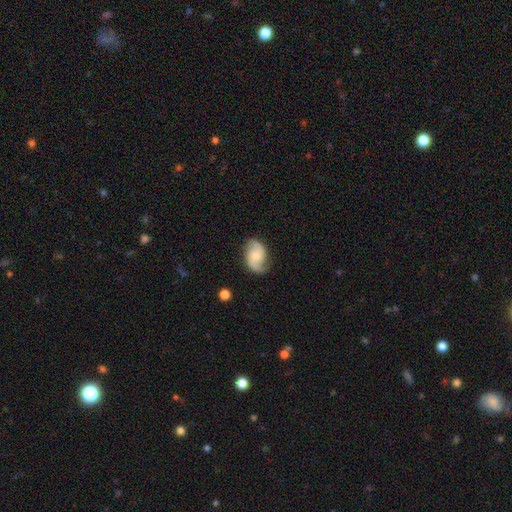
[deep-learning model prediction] smooth-or-featured: featured or disk: 79% | smooth: 16% | star or artifact: 6%
  disk-edge-on: no: 98% | yes: 2%
    bar: no: 62% | weak: 32% | strong: 6%
    has-spiral-arms: yes: 96% | no: 4%
      spiral-winding: medium: 43% | loose: 41% | tight: 16%
      spiral-arm-count: 2: 90% | 1: 4% | can't tell: 3% | 3: 1% | 4: 1% | more than 4: 1%
    bulge-size: small: 50% | moderate: 39% | none: 6% | large: 3% | dominant: 1%
  merging: none: 77% | minor disturbance: 16% | major disturbance: 5% | merger: 1%